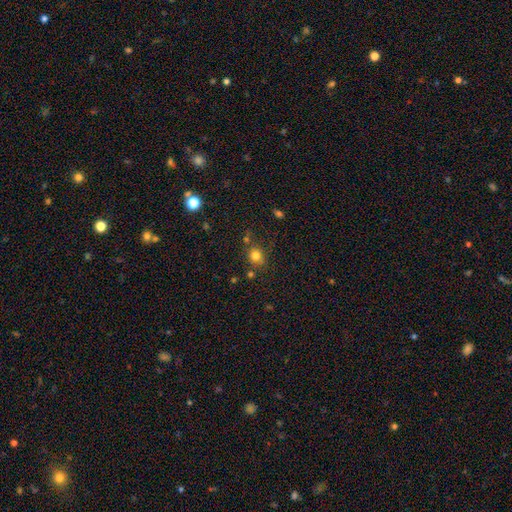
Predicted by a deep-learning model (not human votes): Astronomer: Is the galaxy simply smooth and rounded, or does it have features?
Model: smooth — 79%.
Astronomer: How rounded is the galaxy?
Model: round — 75%.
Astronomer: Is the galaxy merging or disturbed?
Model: none — 71%.